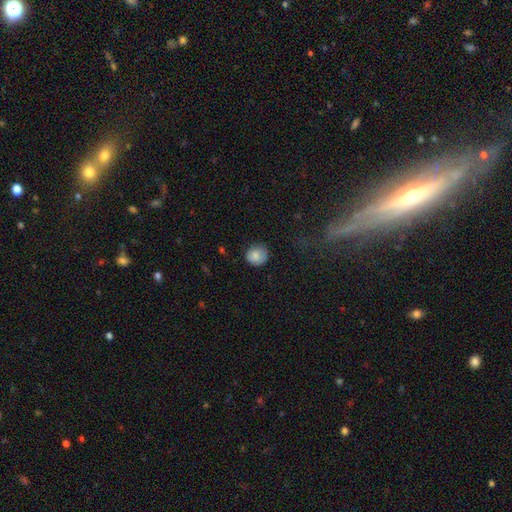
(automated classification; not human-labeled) Smooth or featured?
  - smooth: 83% *
  - featured or disk: 9%
  - star or artifact: 8%
How rounded?
  - round: 88% *
  - in between: 11%
  - cigar-shaped: 1%
Merging?
  - none: 76% *
  - minor disturbance: 19%
  - major disturbance: 4%
  - merger: 1%